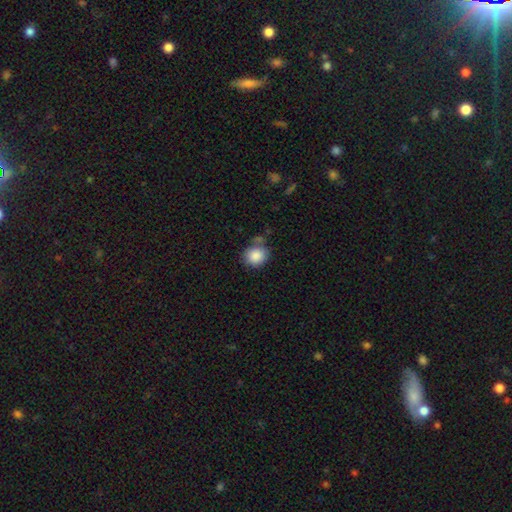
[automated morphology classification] This is clearly a smooth galaxy (87%). How rounded: likely round (78%). Merging: likely none (69%).